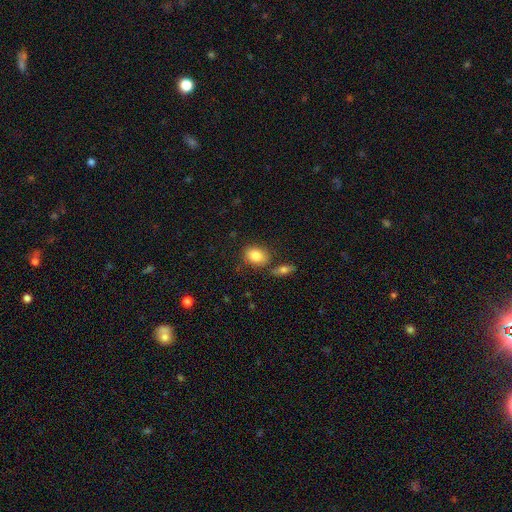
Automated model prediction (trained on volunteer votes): A smooth galaxy with no disk features (83%) that is in between round and cigar-shaped (67%).

Vote fractions:
- Smooth or featured? smooth: 83% / featured or disk: 9% / star or artifact: 8%
- How rounded? in between: 67% / round: 32% / cigar-shaped: 2%
- Merging? none: 74% / minor disturbance: 13% / merger: 10% / major disturbance: 3%